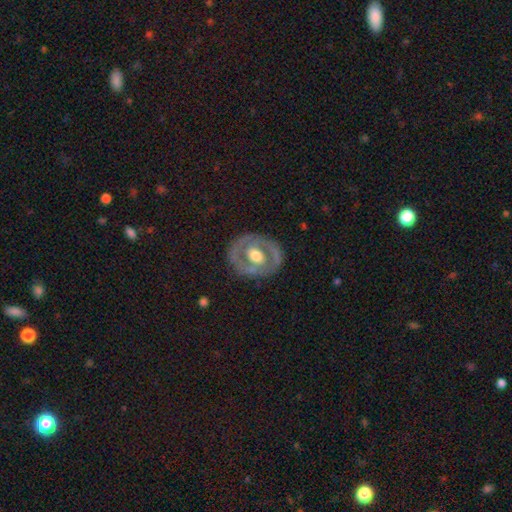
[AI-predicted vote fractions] Smooth or featured? featured or disk (67%)
Edge-on disk? no (95%)
Bar? no (70%)
Spiral arms? no (72%)
Bulge size? moderate (59%)
Merging? none (77%)